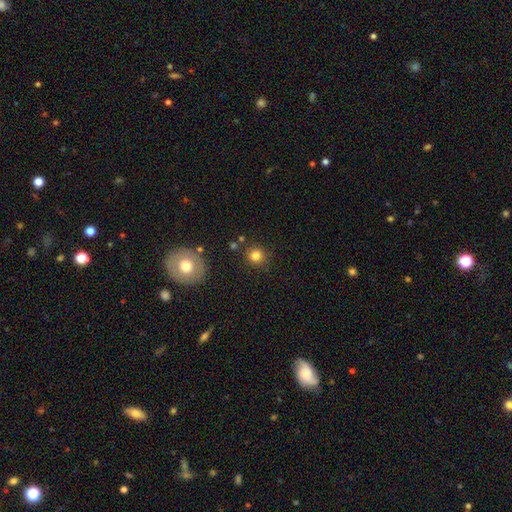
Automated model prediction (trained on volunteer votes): Overall: smooth (81%). How rounded: round (92%). Merging: none (84%).